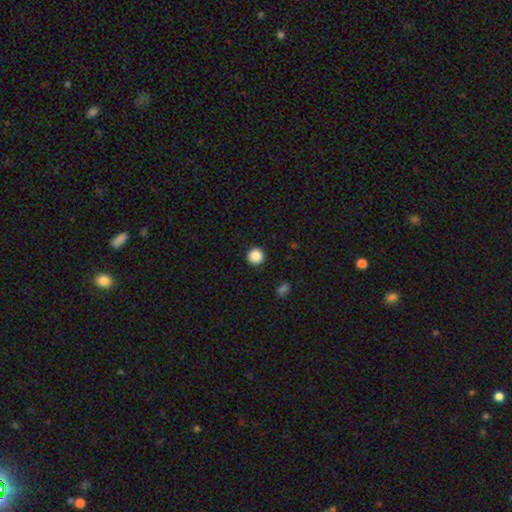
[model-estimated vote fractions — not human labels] Q: Smooth or featured?
A: smooth (87%); runner-up: star or artifact (10%)
Q: How rounded?
A: round (96%); runner-up: in between (3%)
Q: Merging?
A: none (93%); runner-up: minor disturbance (4%)